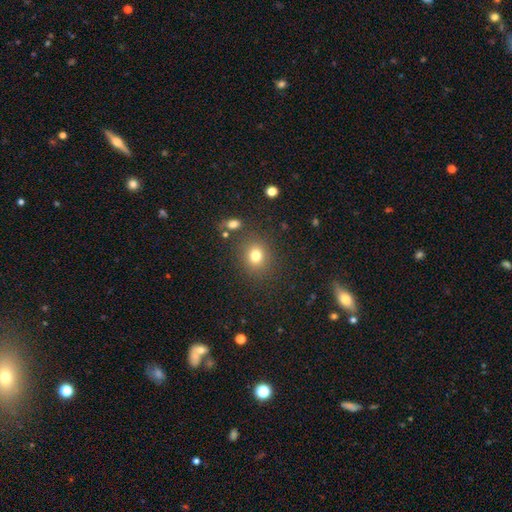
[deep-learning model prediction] This appears to be a smooth galaxy with no disk features (77%) that is round (76%). Merging: none (83%).